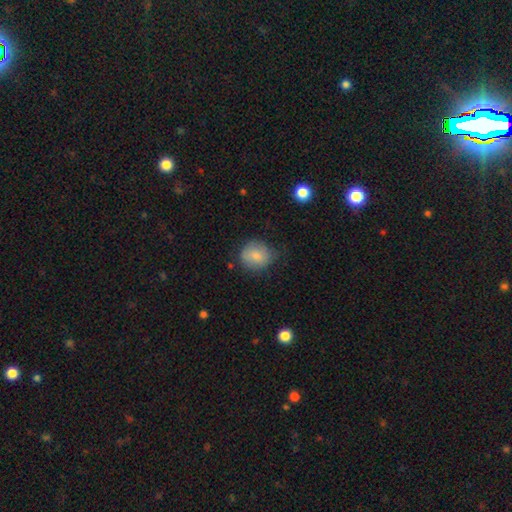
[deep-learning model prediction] Q: Smooth or featured?
A: smooth (79%); runner-up: featured or disk (13%)
Q: How rounded?
A: round (81%); runner-up: in between (18%)
Q: Merging?
A: none (64%); runner-up: minor disturbance (27%)